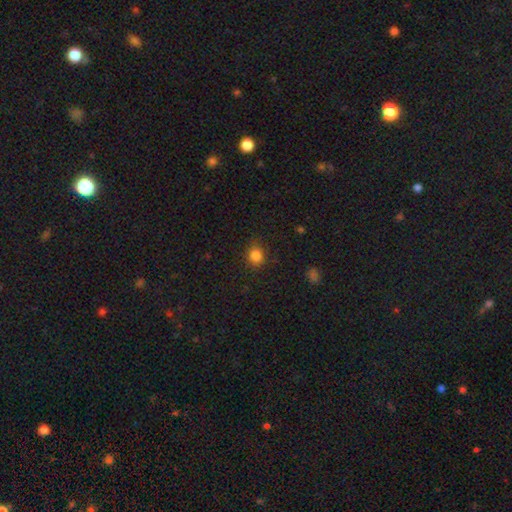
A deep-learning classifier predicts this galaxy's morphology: smooth_or_featured: smooth (p=0.84) [alt: star or artifact p=0.12]
how_rounded: round (p=0.78) [alt: in between p=0.21]
merging: none (p=0.84) [alt: minor disturbance p=0.12]